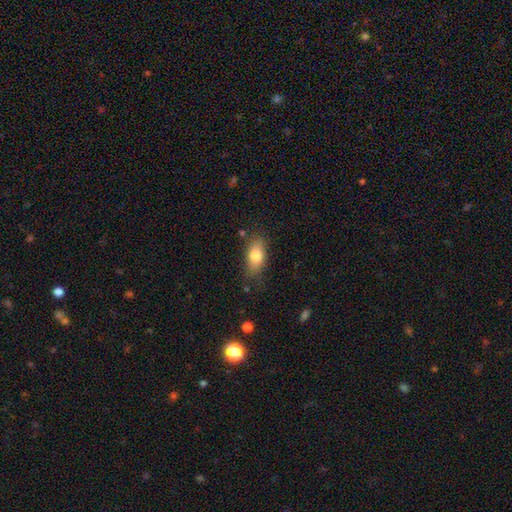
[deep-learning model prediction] Smooth or featured? Predicted: smooth (p=0.79). How rounded? Predicted: in between (p=0.85). Merging? Predicted: none (p=0.74).